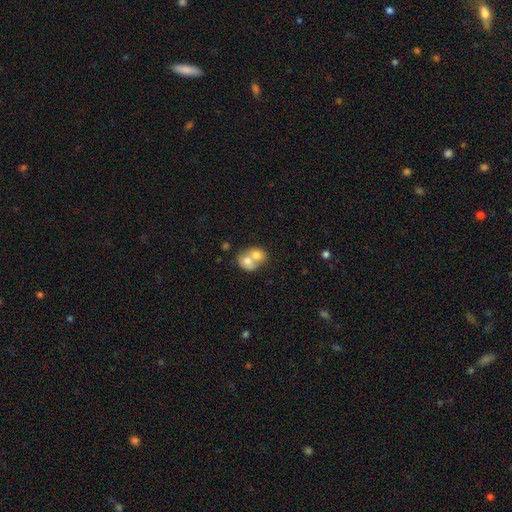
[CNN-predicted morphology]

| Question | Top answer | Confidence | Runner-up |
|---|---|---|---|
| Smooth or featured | smooth | 68% | featured or disk (24%) |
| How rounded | in between | 51% | round (48%) |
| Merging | merger | 74% | none (18%) |